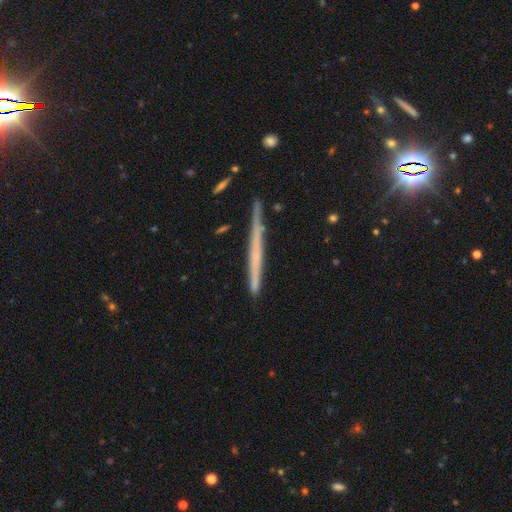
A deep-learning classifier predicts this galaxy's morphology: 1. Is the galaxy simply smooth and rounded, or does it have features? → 52% featured or disk, 38% smooth, 10% star or artifact.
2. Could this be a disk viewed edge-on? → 96% yes, 4% no.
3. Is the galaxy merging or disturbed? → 85% none, 11% minor disturbance, 2% merger, 2% major disturbance.